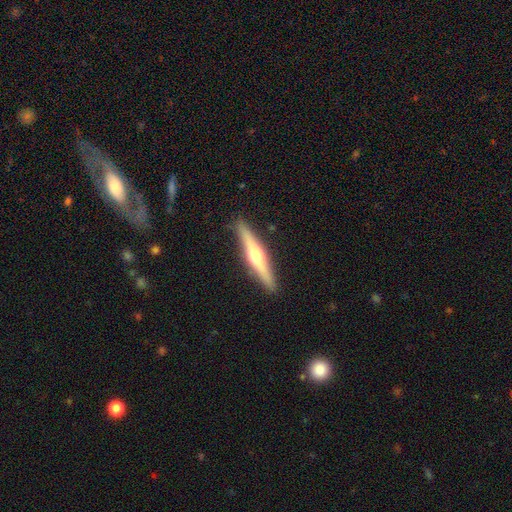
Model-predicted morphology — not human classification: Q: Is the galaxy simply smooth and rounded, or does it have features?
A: featured or disk — 63%.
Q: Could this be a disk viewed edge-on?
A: yes — 97%.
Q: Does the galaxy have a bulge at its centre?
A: rounded — 87%.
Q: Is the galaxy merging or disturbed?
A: none — 90%.